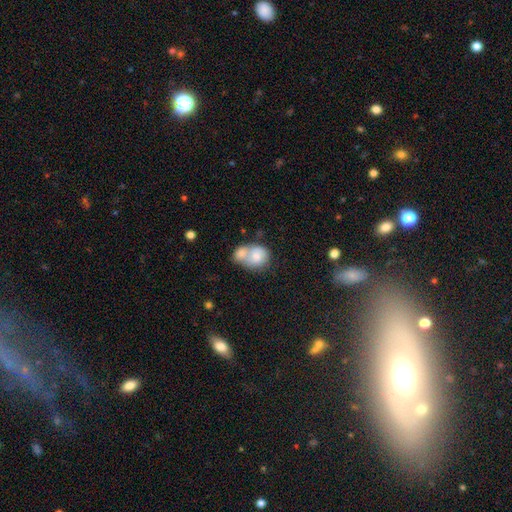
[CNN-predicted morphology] Smooth or featured? smooth (74%)
How rounded? round (64%)
Merging? merger (71%)